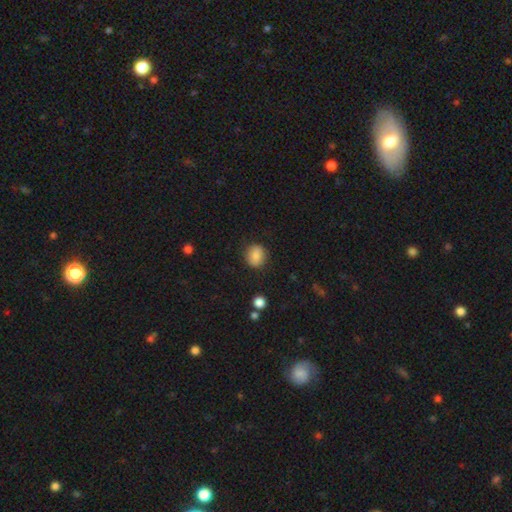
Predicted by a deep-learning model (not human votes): smooth-or-featured: smooth: 85% | star or artifact: 9% | featured or disk: 6%
  how-rounded: round: 67% | in between: 32% | cigar-shaped: 1%
  merging: none: 84% | minor disturbance: 11% | major disturbance: 3% | merger: 1%